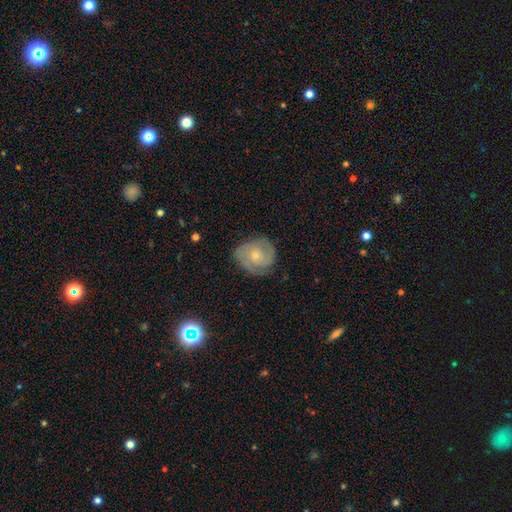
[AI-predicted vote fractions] This is likely a featured or disk galaxy (74%). It is clearly not viewed edge-on (97%). Bar: likely no (76%). Spiral arm pattern: clearly yes (93%). Spiral arm count: possibly 2 (50%). Spiral winding: possibly tight (57%). Central bulge: likely small (69%). Merging: likely none (76%).